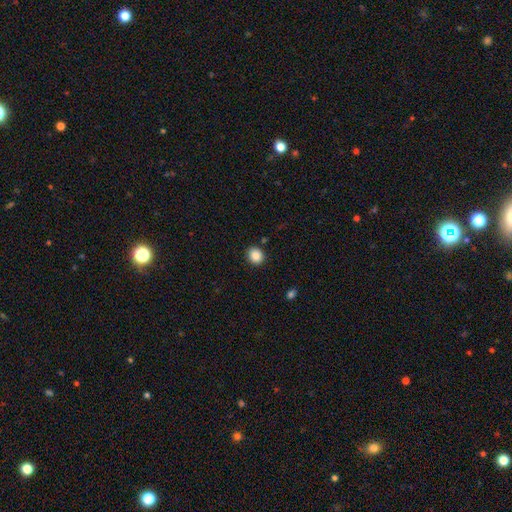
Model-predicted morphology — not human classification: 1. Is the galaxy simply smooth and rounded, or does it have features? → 87% smooth, 9% star or artifact, 4% featured or disk.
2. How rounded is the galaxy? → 73% round, 26% in between, 1% cigar-shaped.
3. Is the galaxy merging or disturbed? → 89% none, 7% minor disturbance, 2% major disturbance, 2% merger.